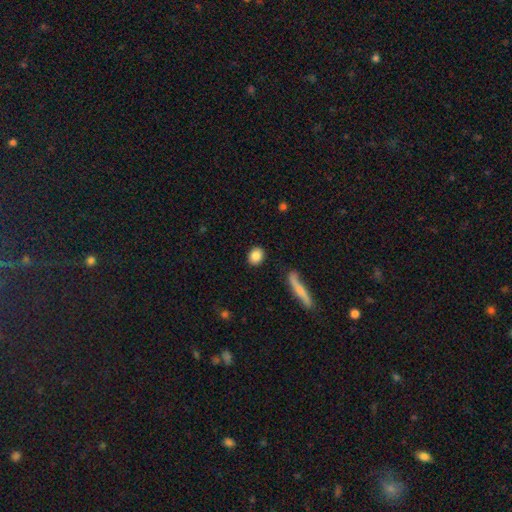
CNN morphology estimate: This is clearly a smooth galaxy (85%). How rounded: possibly round (58%). Merging: clearly none (89%).